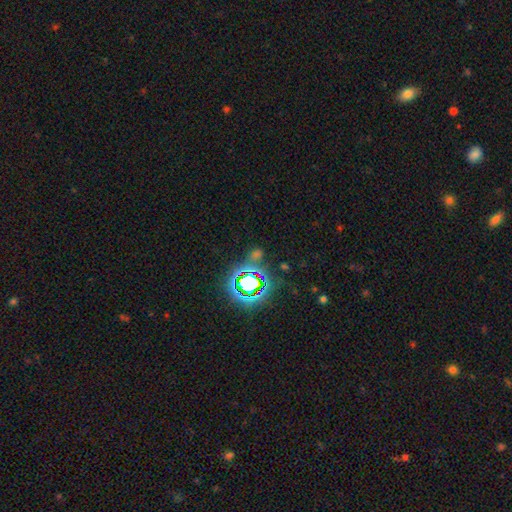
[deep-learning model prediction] smooth-or-featured: star or artifact: 69% | smooth: 22% | featured or disk: 9%